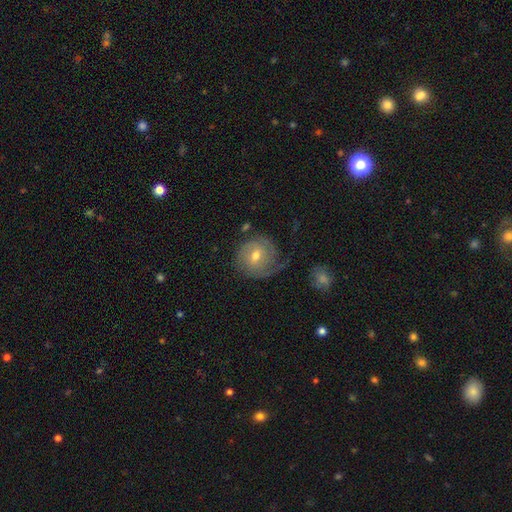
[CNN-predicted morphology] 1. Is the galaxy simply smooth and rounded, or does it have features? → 62% featured or disk, 30% smooth, 8% star or artifact.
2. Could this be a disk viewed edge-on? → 97% no, 3% yes.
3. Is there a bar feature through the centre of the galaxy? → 46% no, 44% weak, 9% strong.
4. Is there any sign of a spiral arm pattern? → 85% yes, 15% no.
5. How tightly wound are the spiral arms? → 59% tight, 28% medium, 13% loose.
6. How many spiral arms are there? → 35% 2, 27% can't tell, 25% 1, 8% 3, 3% 4, 3% more than 4.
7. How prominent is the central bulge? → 67% moderate, 28% small, 3% large, 1% none, 1% dominant.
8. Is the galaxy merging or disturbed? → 59% none, 22% minor disturbance, 16% major disturbance, 4% merger.